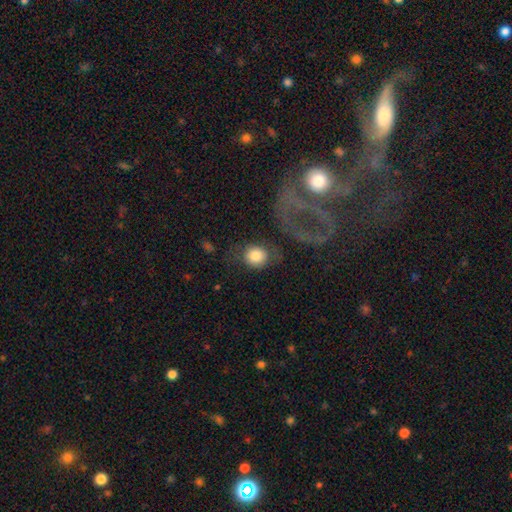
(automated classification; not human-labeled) smooth_or_featured: smooth (p=0.78) [alt: featured or disk p=0.15]
how_rounded: round (p=0.67) [alt: in between p=0.31]
merging: none (p=0.60) [alt: minor disturbance p=0.19]